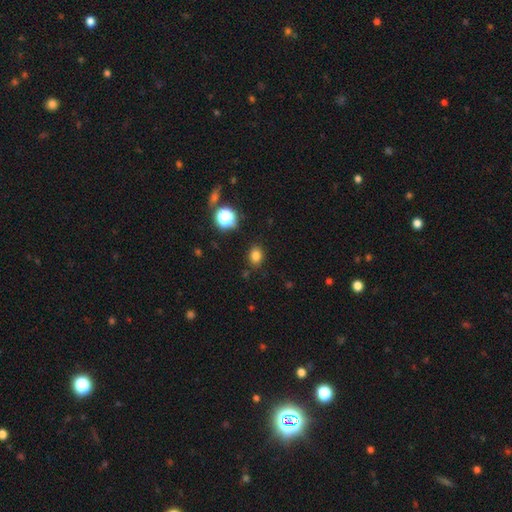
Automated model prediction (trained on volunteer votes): Smooth or featured? Predicted: smooth (p=0.79). How rounded? Predicted: in between (p=0.52). Merging? Predicted: none (p=0.85).